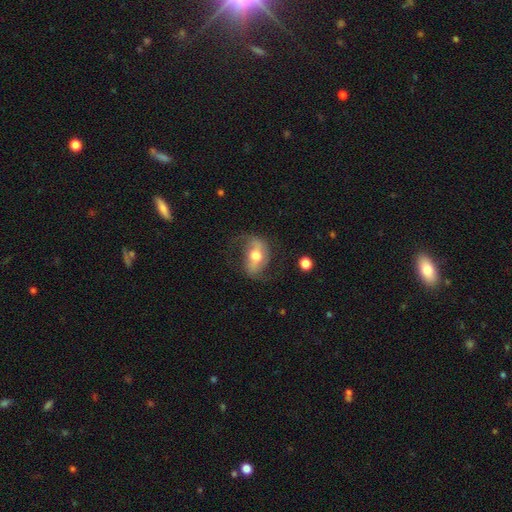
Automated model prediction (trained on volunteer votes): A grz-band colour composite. It shows a featured or disk galaxy (62%) with a weak bar (37%), spiral arms (80%) and a moderate central bulge (68%). Merging: none (54%).